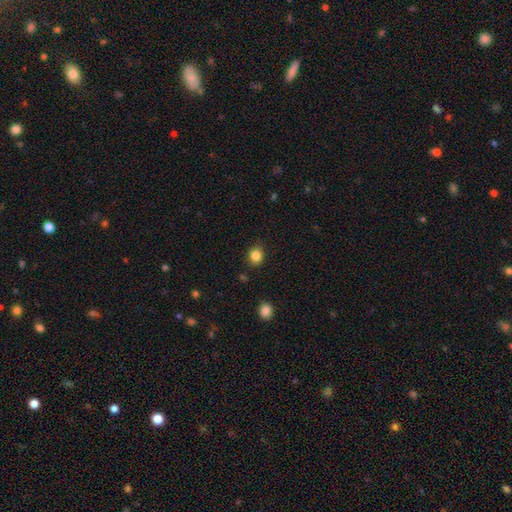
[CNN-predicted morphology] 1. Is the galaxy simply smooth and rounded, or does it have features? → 84% smooth, 11% star or artifact, 5% featured or disk.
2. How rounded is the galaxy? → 74% round, 25% in between, 1% cigar-shaped.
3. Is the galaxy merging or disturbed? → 86% none, 10% minor disturbance, 2% major disturbance, 2% merger.